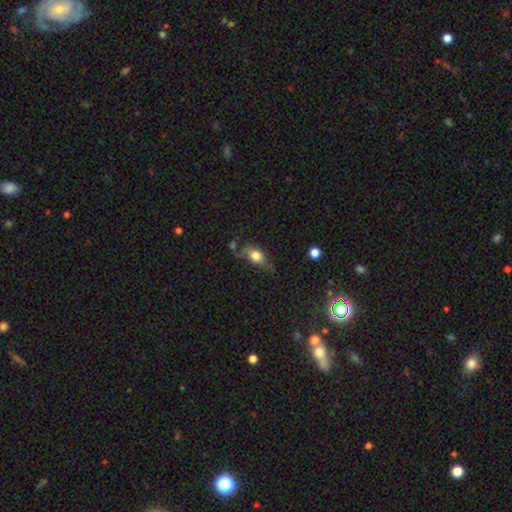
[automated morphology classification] Overall: smooth (68%). How rounded: in between (67%). Merging: none (42%; minor disturbance 28%).